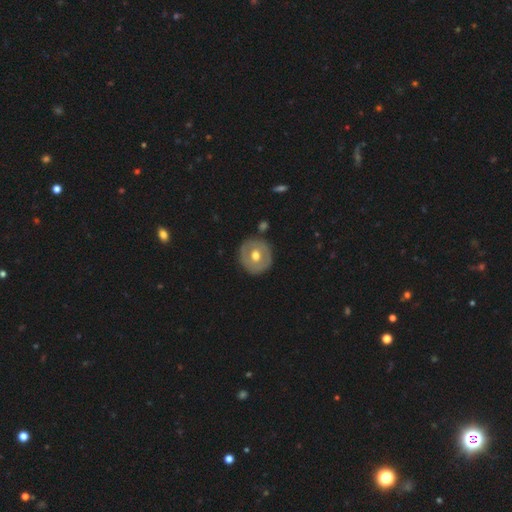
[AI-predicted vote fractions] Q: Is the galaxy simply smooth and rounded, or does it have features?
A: featured or disk — 51%.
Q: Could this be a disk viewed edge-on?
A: no — 95%.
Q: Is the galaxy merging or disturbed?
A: none — 84%.